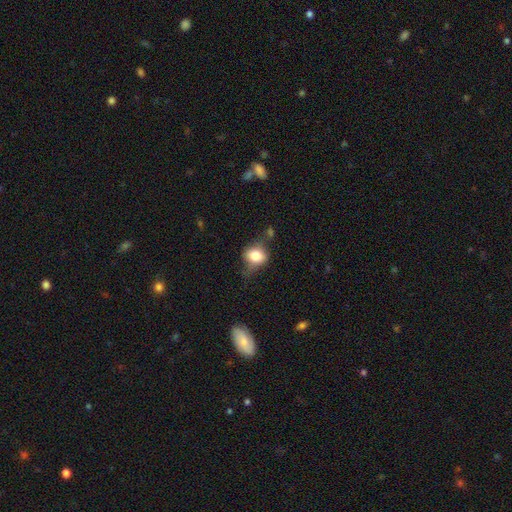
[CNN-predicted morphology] Overall: smooth (71%). How rounded: in between (50%; round 48%). Merging: none (49%; minor disturbance 32%).